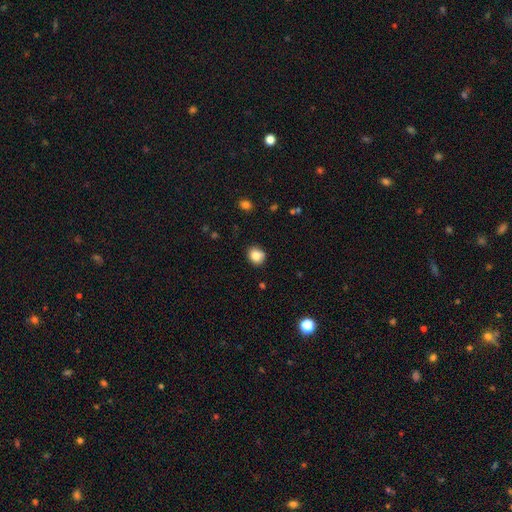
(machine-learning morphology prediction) Smooth or featured?
  - smooth: 84% *
  - star or artifact: 10%
  - featured or disk: 6%
How rounded?
  - round: 72% *
  - in between: 27%
  - cigar-shaped: 1%
Merging?
  - none: 84% *
  - minor disturbance: 12%
  - major disturbance: 2%
  - merger: 2%